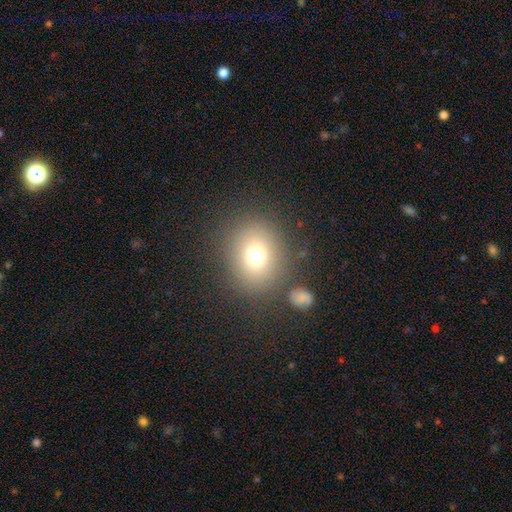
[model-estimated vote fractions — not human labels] smooth 74%, star or artifact 14%, featured or disk 12%. Down the decision tree: how rounded — round (70%); merging — none (81%).